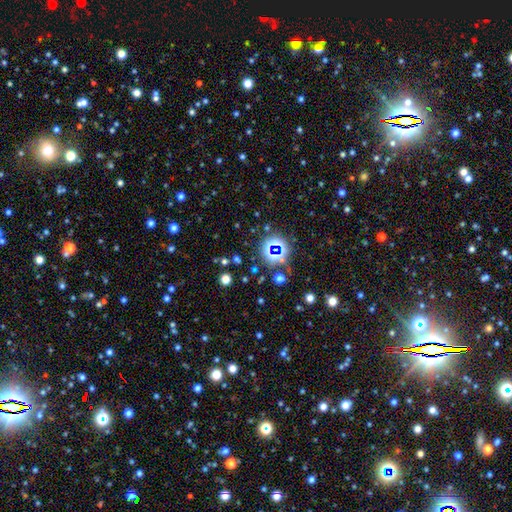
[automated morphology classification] This is likely a star or artifact rather than a galaxy (76%).